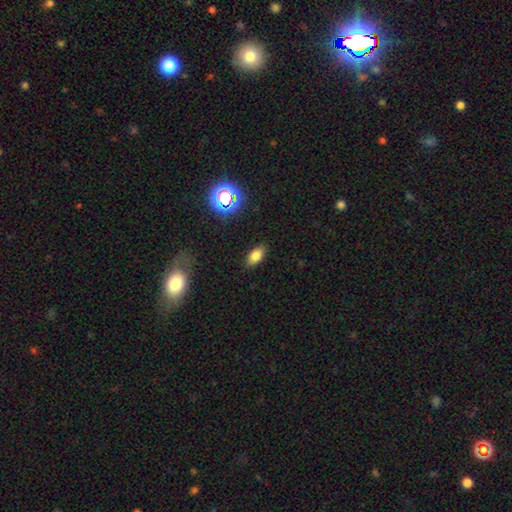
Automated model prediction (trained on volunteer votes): Morphology: type=smooth (78%); roundness=in between (89%); merging=none (86%).